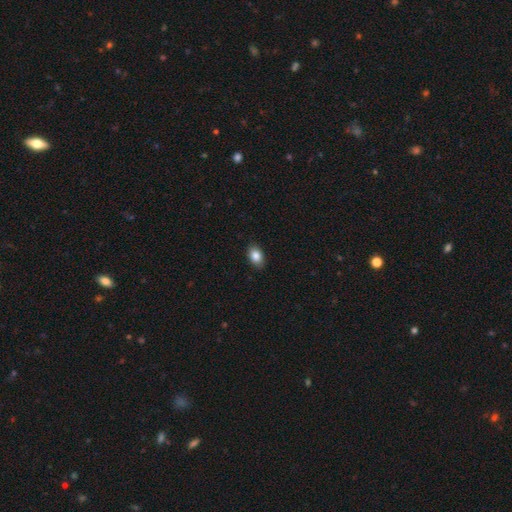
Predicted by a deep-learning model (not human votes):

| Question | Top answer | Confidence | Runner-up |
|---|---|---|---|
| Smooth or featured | smooth | 85% | star or artifact (8%) |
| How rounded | in between | 85% | round (14%) |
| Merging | none | 89% | minor disturbance (8%) |